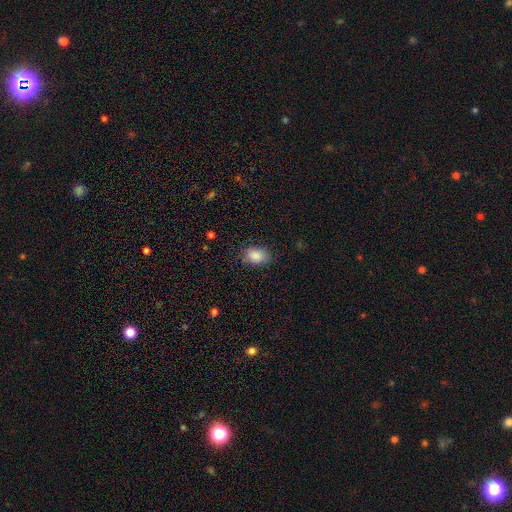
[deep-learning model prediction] Smooth or featured? Predicted: smooth (p=0.87). How rounded? Predicted: in between (p=0.82). Merging? Predicted: none (p=0.77).